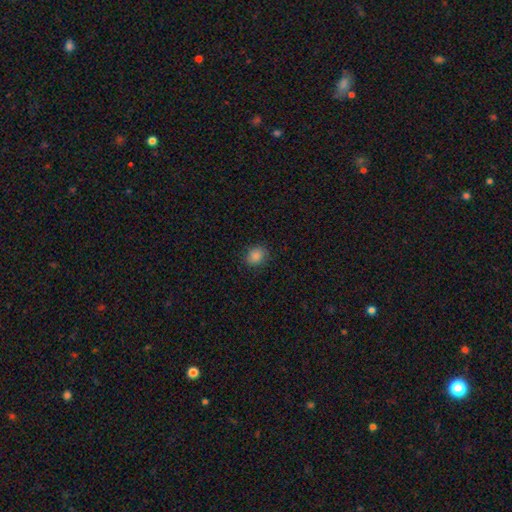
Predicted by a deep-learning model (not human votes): Overall: smooth (85%). How rounded: round (56%; in between 43%). Merging: none (87%).